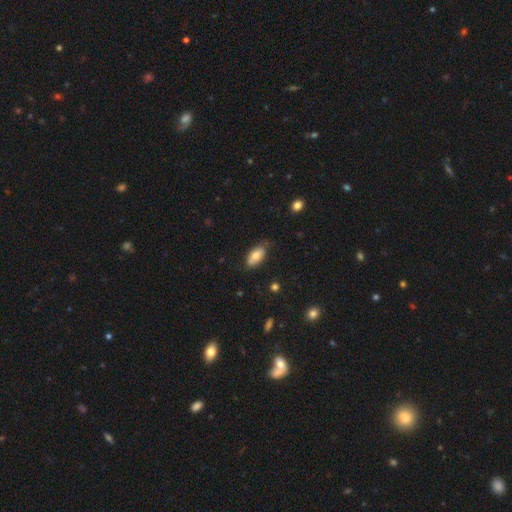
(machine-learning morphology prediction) A smooth galaxy with no disk features (75%) that is in between round and cigar-shaped (89%). Merging: none (64%).